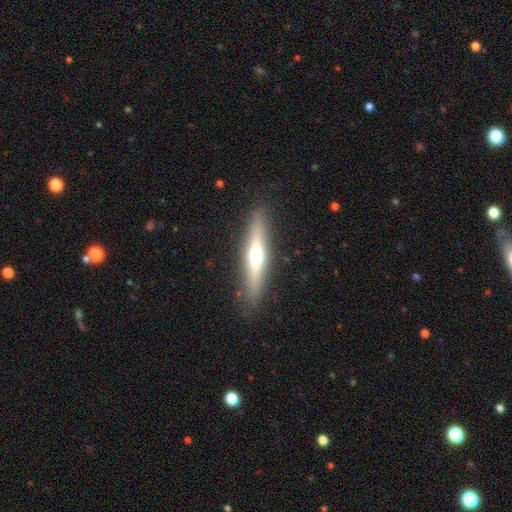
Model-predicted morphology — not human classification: Smooth or featured?
  - featured or disk: 55% *
  - smooth: 38%
  - star or artifact: 7%
Edge-on disk?
  - yes: 91% *
  - no: 9%
Merging?
  - none: 88% *
  - minor disturbance: 8%
  - major disturbance: 3%
  - merger: 1%